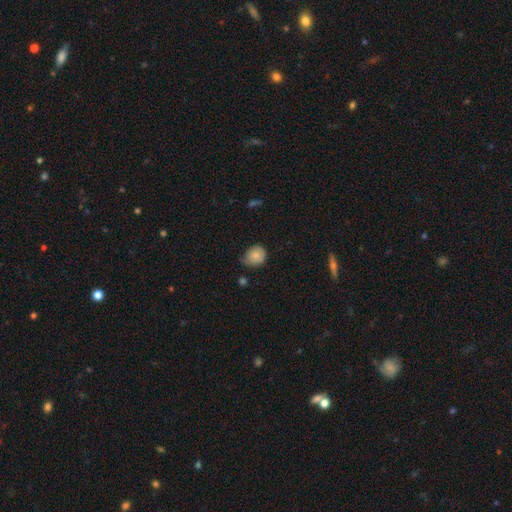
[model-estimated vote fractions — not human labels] Smooth or featured? smooth (81%)
How rounded? round (70%)
Merging? none (52%)